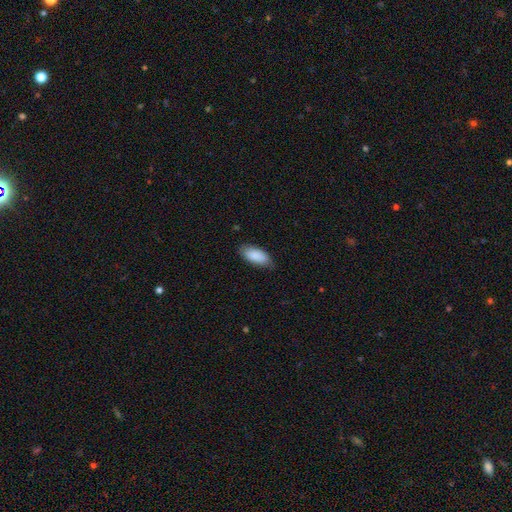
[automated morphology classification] Smooth or featured: smooth — 89% (star or artifact — 6%)
How rounded: in between — 88% (cigar-shaped — 10%)
Merging: none — 78% (minor disturbance — 18%)